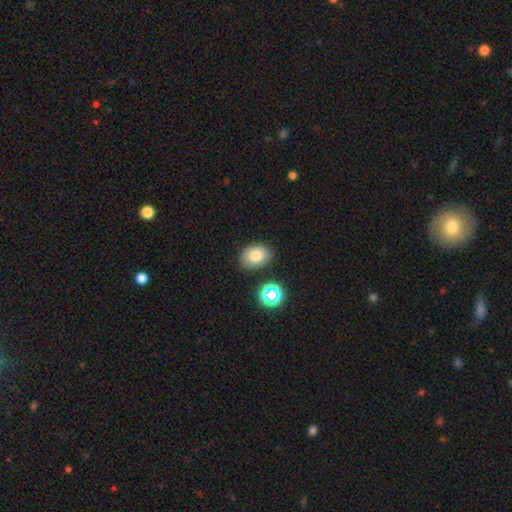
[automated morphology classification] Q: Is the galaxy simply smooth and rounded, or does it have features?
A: smooth — 78%.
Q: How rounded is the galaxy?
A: in between — 71%.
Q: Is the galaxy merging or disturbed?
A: none — 82%.